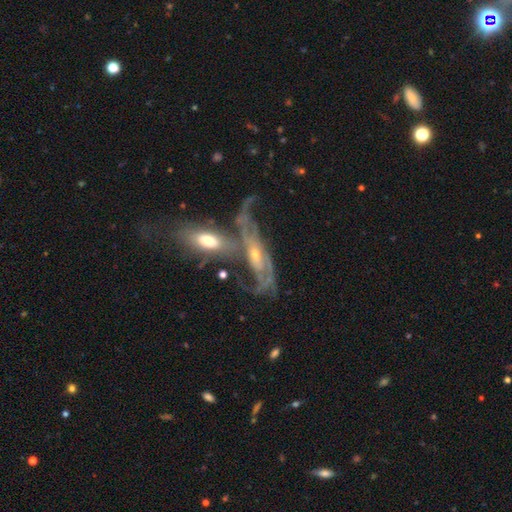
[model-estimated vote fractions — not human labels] featured or disk 82%, smooth 10%, star or artifact 8%. Down the decision tree: edge-on disk — no (79%); bar — no (55%); spiral arms — yes (89%); spiral arm count — 2 (41%); spiral winding — medium (37%, tied with tight); bulge size — small (55%); merging — merger (38%).